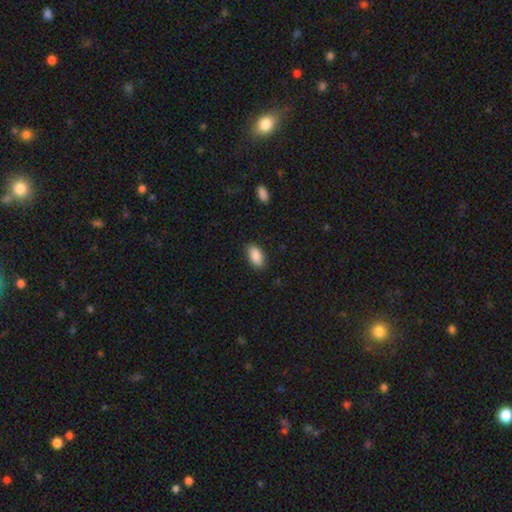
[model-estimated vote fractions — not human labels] This is clearly a smooth galaxy (89%). How rounded: clearly in between (93%). Merging: clearly none (86%).